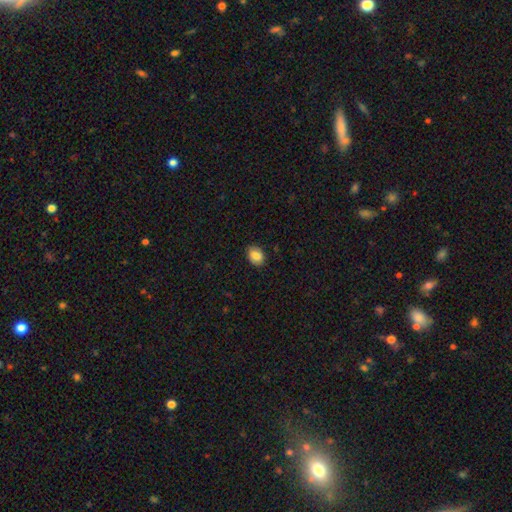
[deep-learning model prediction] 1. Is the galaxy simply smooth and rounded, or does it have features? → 85% smooth, 8% star or artifact, 8% featured or disk.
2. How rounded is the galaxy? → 69% in between, 30% round, 1% cigar-shaped.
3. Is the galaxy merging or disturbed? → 88% none, 9% minor disturbance, 2% major disturbance, 1% merger.